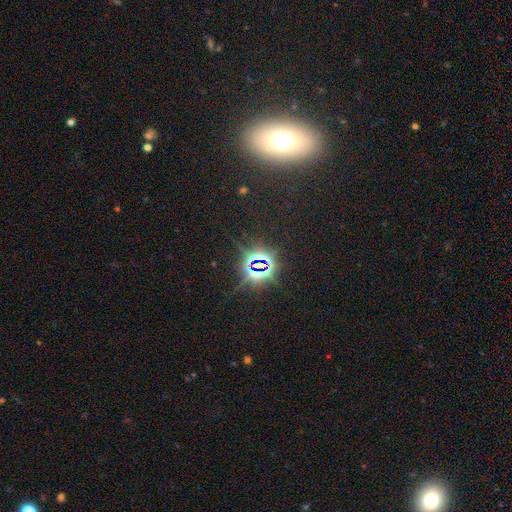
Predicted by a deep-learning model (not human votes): A star or artifact, not a galaxy (84%).